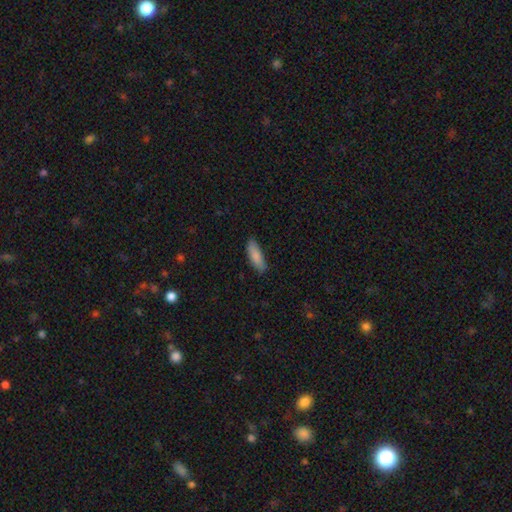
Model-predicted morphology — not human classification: The model was most divided on "how rounded": in between: 52%, cigar-shaped: 46%, round: 2%. More confident: smooth or featured — smooth (86%); merging — none (85%).